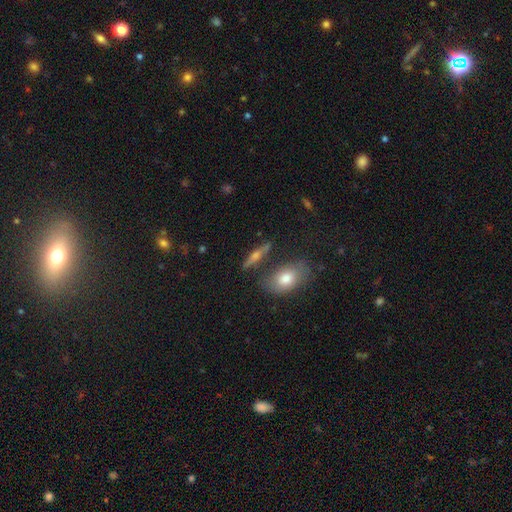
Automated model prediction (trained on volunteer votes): Smooth or featured?
  - featured or disk: 56% *
  - smooth: 33%
  - star or artifact: 11%
Edge-on disk?
  - yes: 92% *
  - no: 8%
Edge-on bulge?
  - rounded: 91% *
  - none: 5%
  - boxy: 5%
Merging?
  - none: 78% *
  - minor disturbance: 12%
  - merger: 7%
  - major disturbance: 4%